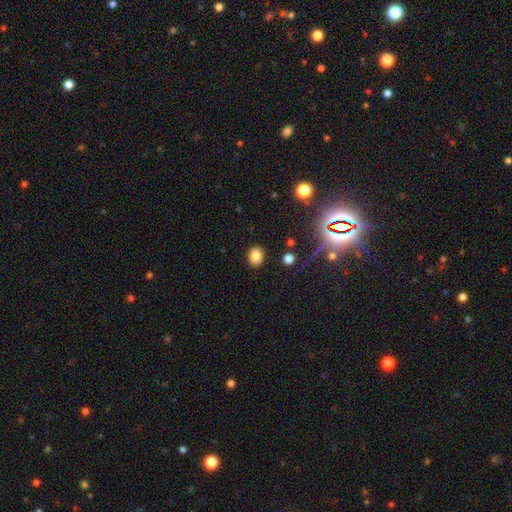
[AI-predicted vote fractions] This is clearly a smooth galaxy (81%). How rounded: possibly round (53%). Merging: clearly none (88%).